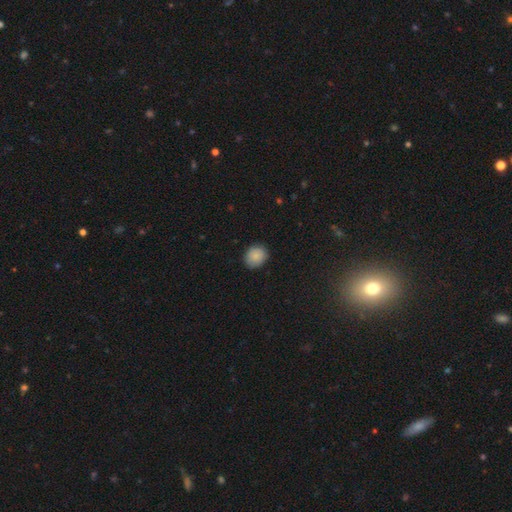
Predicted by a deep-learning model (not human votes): This is clearly a smooth galaxy (87%). How rounded: likely round (67%). Merging: clearly none (87%).